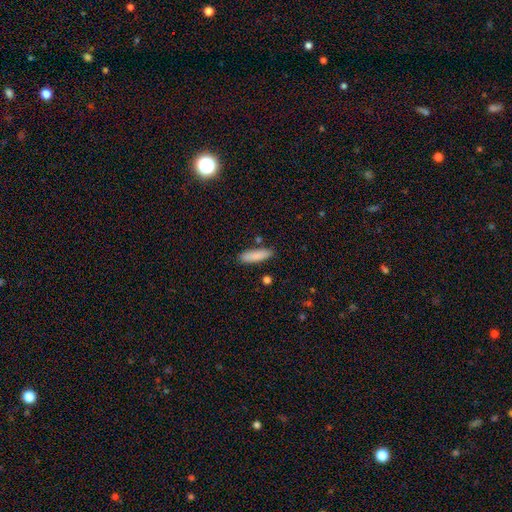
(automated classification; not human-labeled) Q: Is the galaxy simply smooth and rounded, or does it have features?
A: smooth — 85%.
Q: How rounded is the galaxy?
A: cigar-shaped — 64%.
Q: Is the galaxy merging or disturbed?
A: none — 84%.